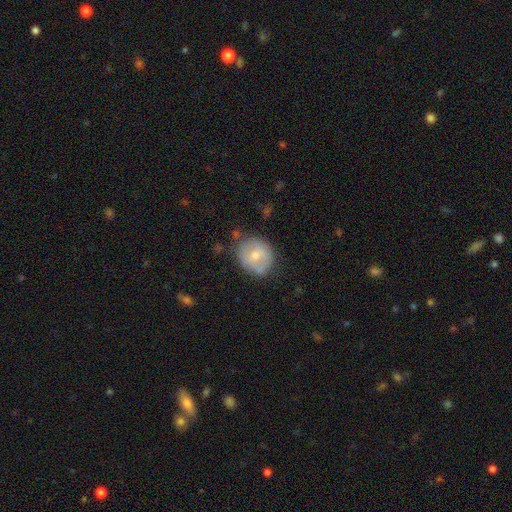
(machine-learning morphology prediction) Overall: smooth (62%; featured or disk 31%). How rounded: round (73%). Merging: none (63%; minor disturbance 26%).